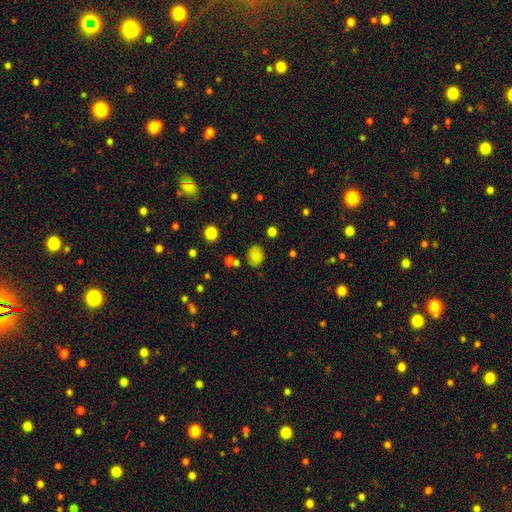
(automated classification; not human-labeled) Overall: smooth (80%). How rounded: in between (51%; round 48%). Merging: none (75%).